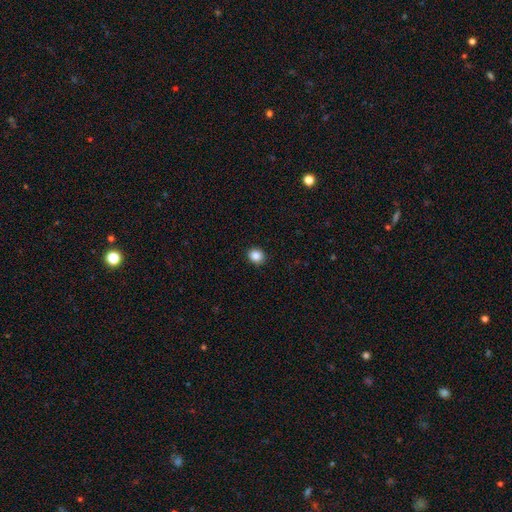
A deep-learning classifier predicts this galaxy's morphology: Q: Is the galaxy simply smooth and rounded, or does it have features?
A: smooth — 86%.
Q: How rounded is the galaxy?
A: round — 78%.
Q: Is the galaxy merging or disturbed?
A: none — 92%.